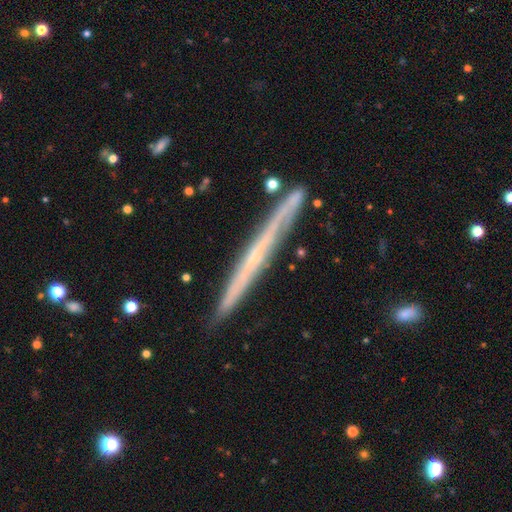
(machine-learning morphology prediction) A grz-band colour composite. It shows a featured or disk galaxy (68%) viewed edge-on (97%) with no central bulge (73%). Merging: none (87%).